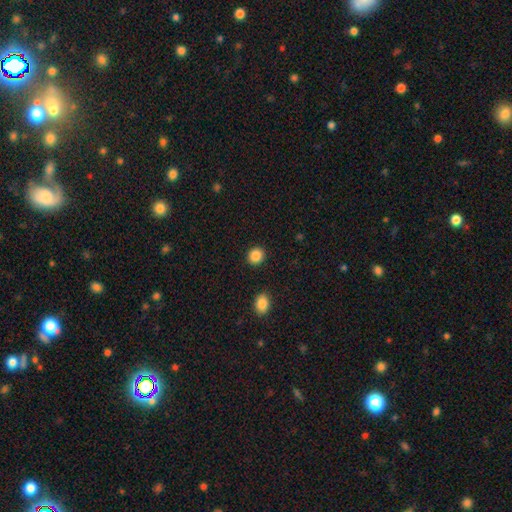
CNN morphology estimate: type=smooth (87%); roundness=round (81%); merging=none (91%).